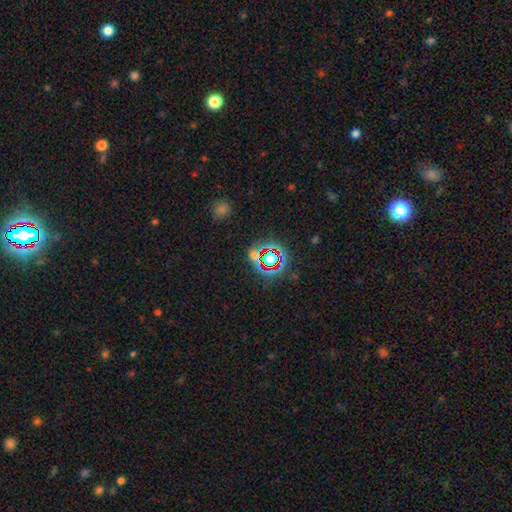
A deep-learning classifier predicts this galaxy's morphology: The model was most divided on "smooth or featured": star or artifact: 73%, smooth: 18%, featured or disk: 9%.